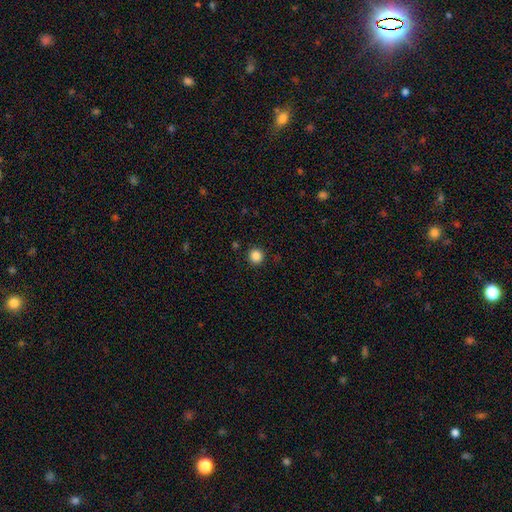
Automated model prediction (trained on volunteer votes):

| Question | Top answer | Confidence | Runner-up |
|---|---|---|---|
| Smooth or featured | smooth | 86% | star or artifact (11%) |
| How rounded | round | 95% | in between (4%) |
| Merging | none | 92% | minor disturbance (5%) |